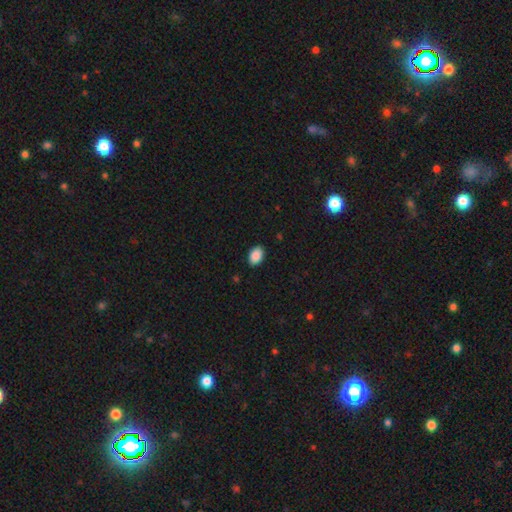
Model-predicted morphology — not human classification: smooth-or-featured: smooth: 89% | star or artifact: 7% | featured or disk: 3%
  how-rounded: in between: 84% | round: 14% | cigar-shaped: 1%
  merging: none: 89% | minor disturbance: 9% | major disturbance: 2% | merger: 1%